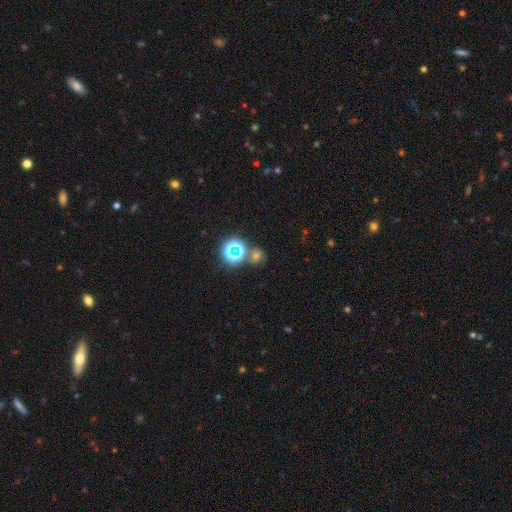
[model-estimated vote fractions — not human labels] smooth-or-featured: star or artifact: 49% | smooth: 41% | featured or disk: 10%